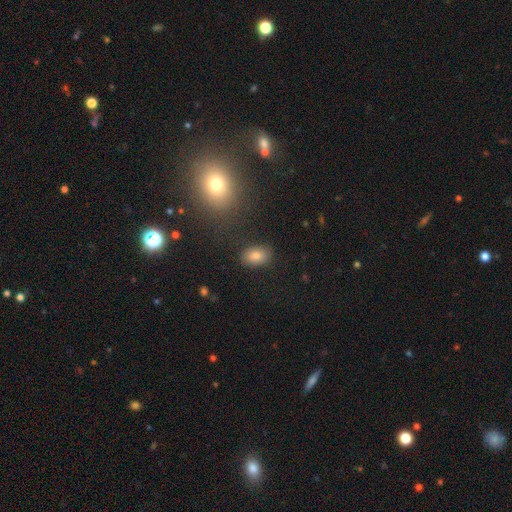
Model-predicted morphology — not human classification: This appears to be a smooth galaxy with no disk features (80%) that is in between round and cigar-shaped (85%). Merging: none (85%).